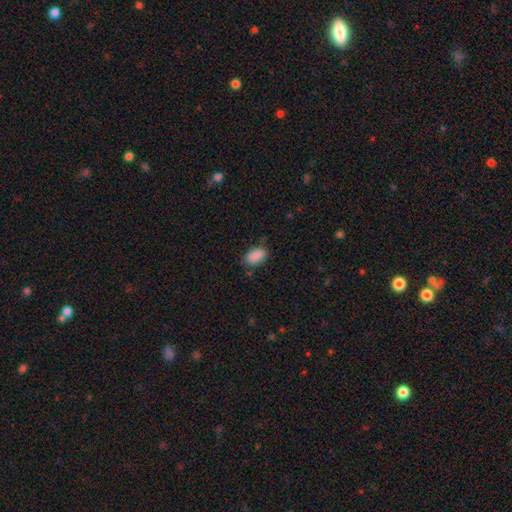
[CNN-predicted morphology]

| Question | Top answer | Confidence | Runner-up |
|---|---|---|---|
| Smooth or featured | smooth | 89% | star or artifact (8%) |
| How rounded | in between | 90% | round (9%) |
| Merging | none | 78% | minor disturbance (16%) |